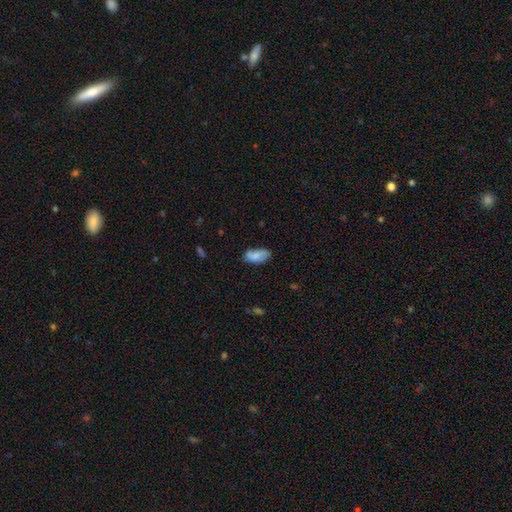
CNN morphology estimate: The model was most divided on "merging": none: 62%, minor disturbance: 29%, major disturbance: 6%, merger: 3%. More confident: how rounded — in between (92%); smooth or featured — smooth (75%).